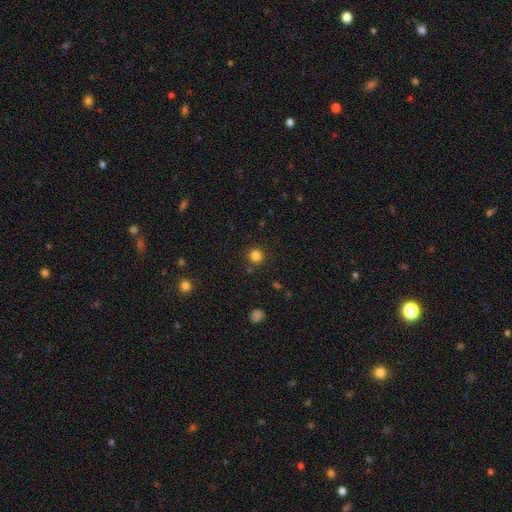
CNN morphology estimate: Smooth or featured? smooth (83%)
How rounded? round (93%)
Merging? none (88%)